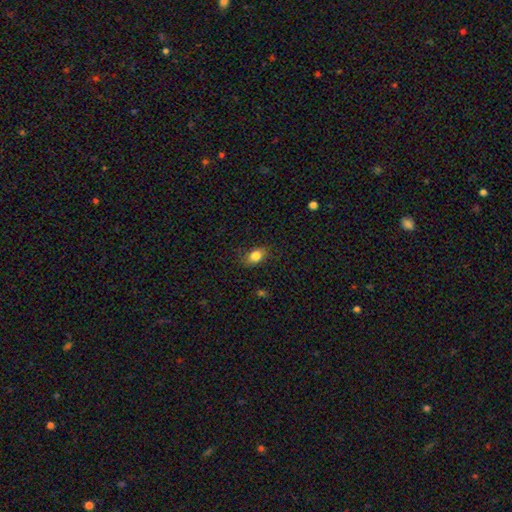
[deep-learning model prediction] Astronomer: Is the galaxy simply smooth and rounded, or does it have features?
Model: smooth — 83%.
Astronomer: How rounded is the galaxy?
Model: in between — 77%.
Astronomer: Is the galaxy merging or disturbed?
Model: none — 77%.